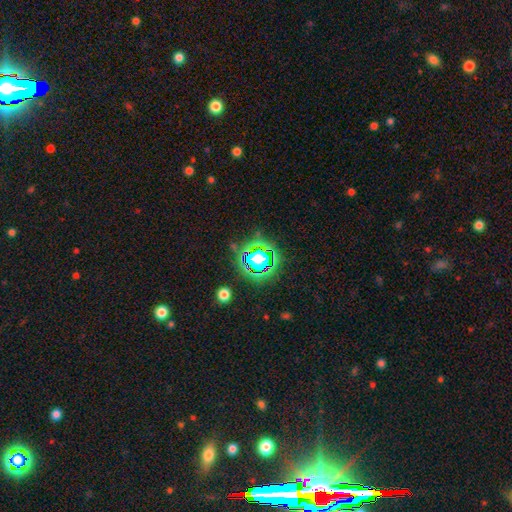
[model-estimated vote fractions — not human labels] The model was most divided on "smooth or featured": star or artifact: 70%, smooth: 20%, featured or disk: 10%.